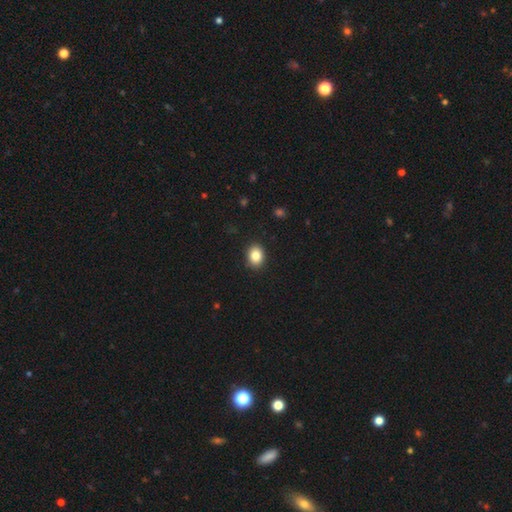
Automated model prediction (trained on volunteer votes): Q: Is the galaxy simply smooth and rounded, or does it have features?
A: smooth — 85%.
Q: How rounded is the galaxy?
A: in between — 55%.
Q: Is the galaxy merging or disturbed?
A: none — 91%.